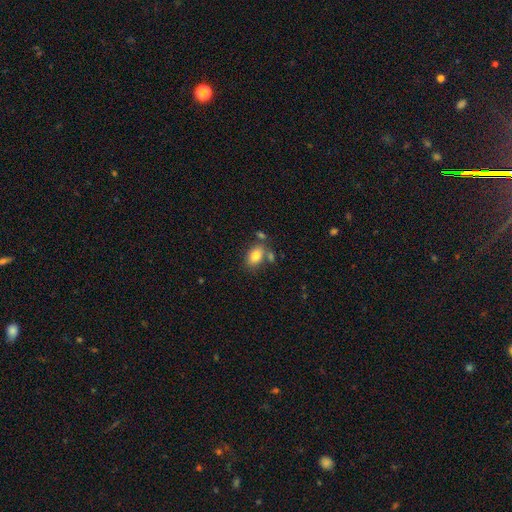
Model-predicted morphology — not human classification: Smooth or featured? Predicted: smooth (p=0.81). How rounded? Predicted: in between (p=0.87). Merging? Predicted: none (p=0.63).